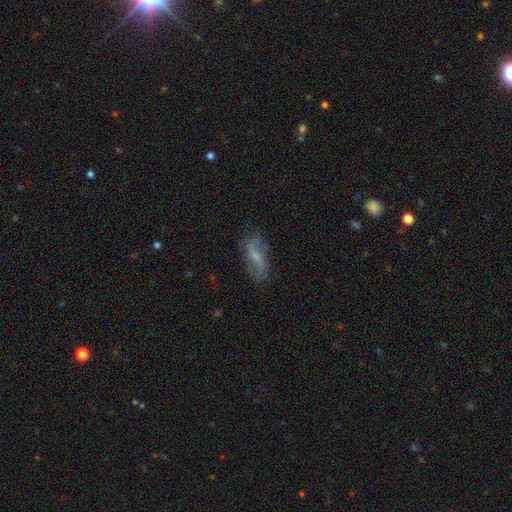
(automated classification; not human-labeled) The model was most divided on "bulge size": small: 43%, moderate: 28%, none: 25%, large: 4%, dominant: 1%. Remaining: edge-on disk — no (89%); spiral arms — yes (84%); merging — none (70%); smooth or featured — featured or disk (60%); bar — weak (46%).